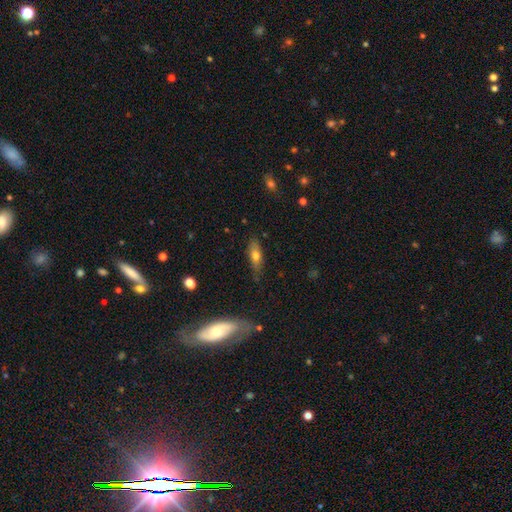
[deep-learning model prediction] This is likely a smooth galaxy (64%). How rounded: possibly in between (57%). Merging: likely none (77%).